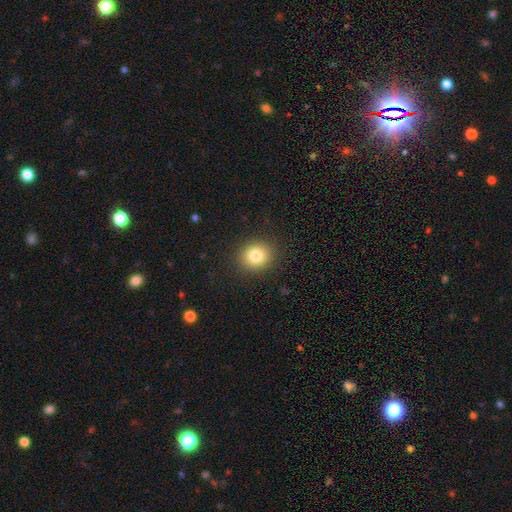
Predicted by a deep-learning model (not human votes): A smooth galaxy with no disk features (82%) that is round (81%).

Vote fractions:
- Smooth or featured? smooth: 82% / star or artifact: 11% / featured or disk: 7%
- How rounded? round: 81% / in between: 18% / cigar-shaped: 1%
- Merging? none: 90% / minor disturbance: 7% / major disturbance: 2% / merger: 1%